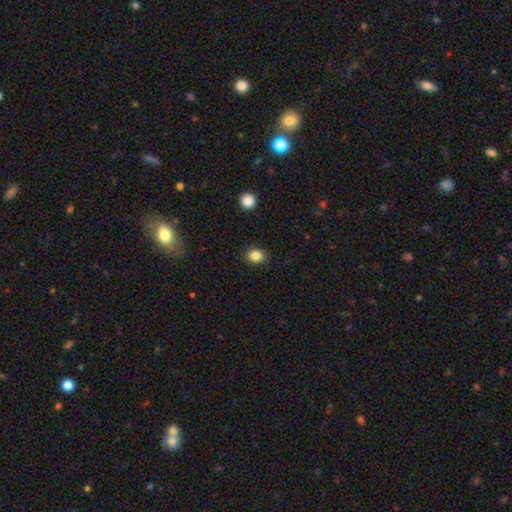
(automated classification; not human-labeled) A smooth galaxy with no disk features (85%) that is round (50%).

Vote fractions:
- Smooth or featured? smooth: 85% / star or artifact: 10% / featured or disk: 5%
- How rounded? round: 50% / in between: 49% / cigar-shaped: 1%
- Merging? none: 89% / minor disturbance: 8% / major disturbance: 2% / merger: 1%